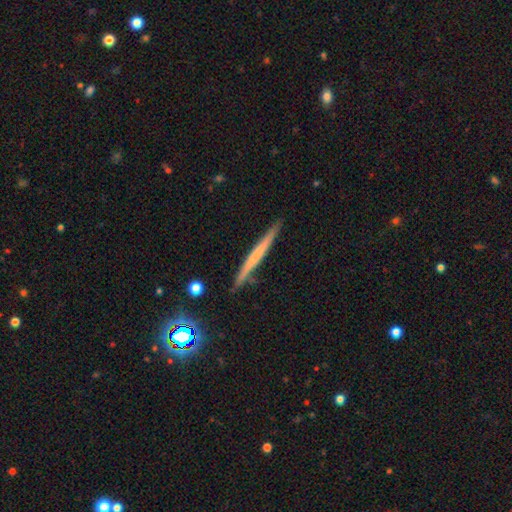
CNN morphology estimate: smooth_or_featured: smooth (p=0.48) [alt: featured or disk p=0.44]
merging: none (p=0.90) [alt: minor disturbance p=0.07]